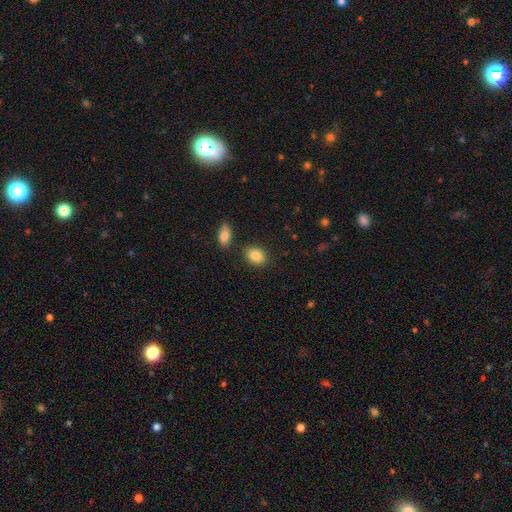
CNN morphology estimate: Smooth or featured? smooth (86%)
How rounded? in between (67%)
Merging? none (82%)